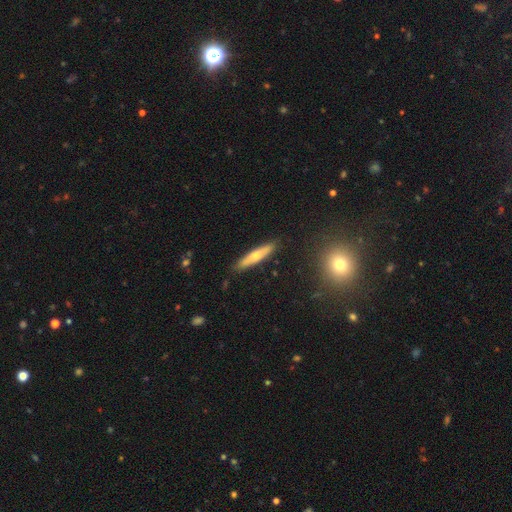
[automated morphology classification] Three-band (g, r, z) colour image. It shows a smooth galaxy with no disk features (59%) that is cigar-shaped (85%). Merging: none (87%).